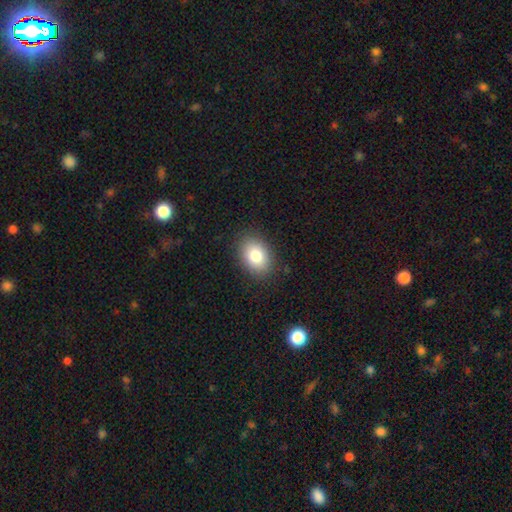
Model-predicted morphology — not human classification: smooth 82%, featured or disk 9%, star or artifact 9%. Down the decision tree: how rounded — in between (73%); merging — none (87%).